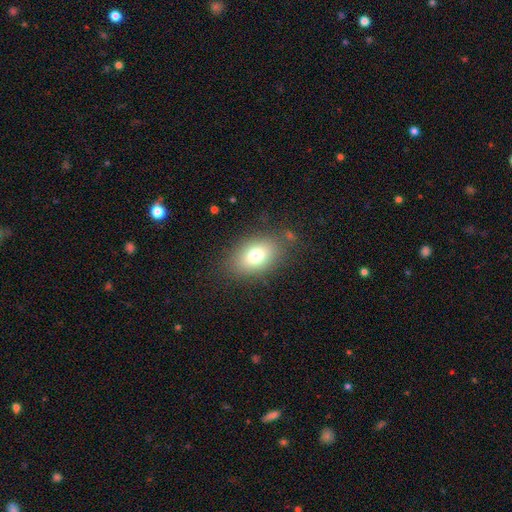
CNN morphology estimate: This appears to be a smooth galaxy with no disk features (76%) that is in between round and cigar-shaped (82%). Merging: none (81%).